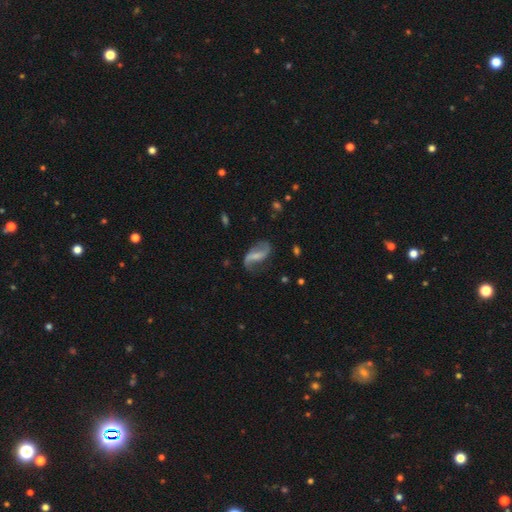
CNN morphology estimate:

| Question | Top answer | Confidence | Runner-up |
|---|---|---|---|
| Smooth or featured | featured or disk | 83% | smooth (12%) |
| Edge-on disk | no | 97% | yes (3%) |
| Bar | weak | 42% | strong (33%) |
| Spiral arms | yes | 94% | no (6%) |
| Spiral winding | loose | 75% | medium (20%) |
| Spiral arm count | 2 | 90% | 1 (5%) |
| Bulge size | small | 42% | none (33%) |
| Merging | none | 69% | minor disturbance (18%) |